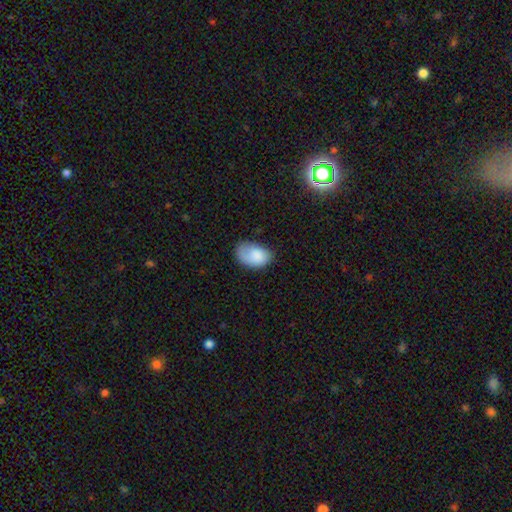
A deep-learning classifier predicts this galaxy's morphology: Overall: smooth (84%). How rounded: in between (90%). Merging: none (58%; minor disturbance 30%).